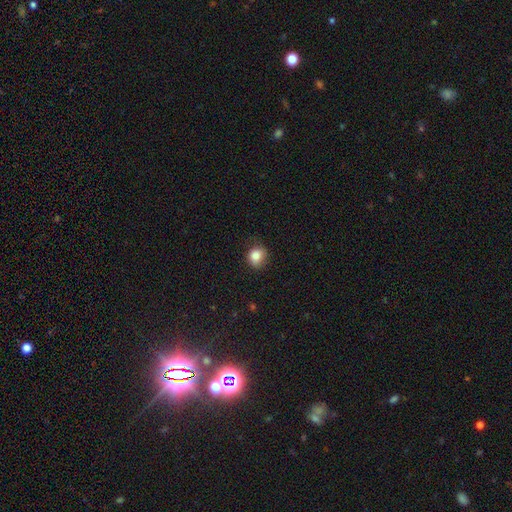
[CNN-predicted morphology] A smooth galaxy with no disk features (84%) that is round (72%). Merging: none (74%).